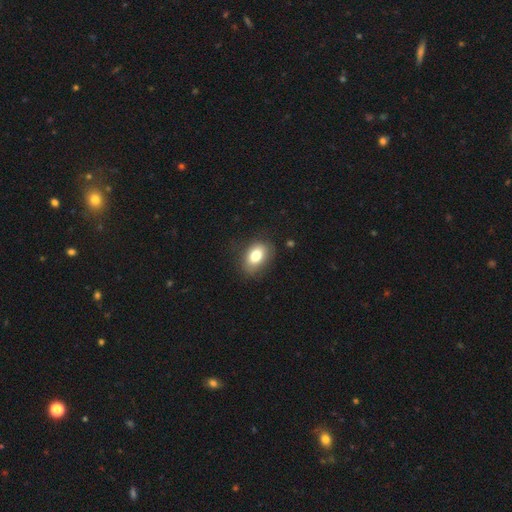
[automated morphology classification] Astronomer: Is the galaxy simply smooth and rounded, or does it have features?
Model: smooth — 78%.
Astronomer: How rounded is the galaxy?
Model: in between — 81%.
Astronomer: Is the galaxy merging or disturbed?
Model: none — 77%.